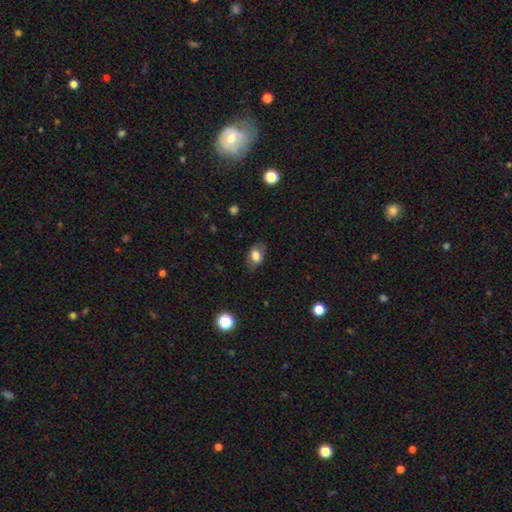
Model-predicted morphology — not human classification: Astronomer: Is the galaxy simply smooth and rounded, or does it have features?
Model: smooth — 72%.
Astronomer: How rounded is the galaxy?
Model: in between — 86%.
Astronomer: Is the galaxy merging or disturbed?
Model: none — 78%.